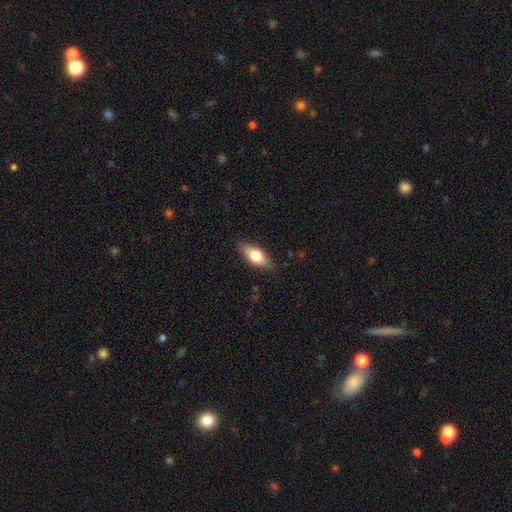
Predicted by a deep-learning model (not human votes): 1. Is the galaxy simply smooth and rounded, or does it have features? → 72% smooth, 22% featured or disk, 6% star or artifact.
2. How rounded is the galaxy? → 79% in between, 18% cigar-shaped, 3% round.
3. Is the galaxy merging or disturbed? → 83% none, 13% minor disturbance, 3% major disturbance, 1% merger.